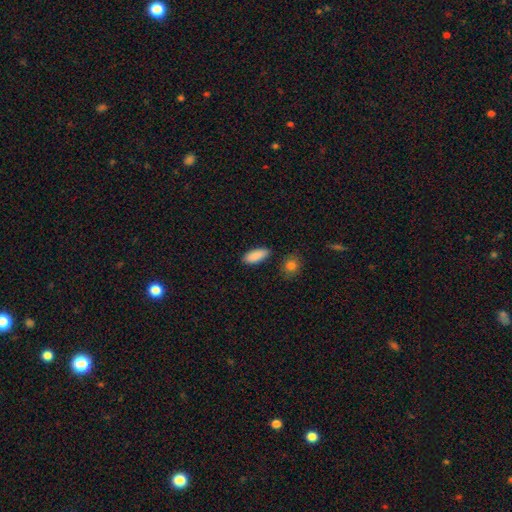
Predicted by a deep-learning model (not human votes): smooth_or_featured: smooth (p=0.90) [alt: star or artifact p=0.06]
how_rounded: in between (p=0.82) [alt: cigar-shaped p=0.15]
merging: none (p=0.85) [alt: minor disturbance p=0.10]